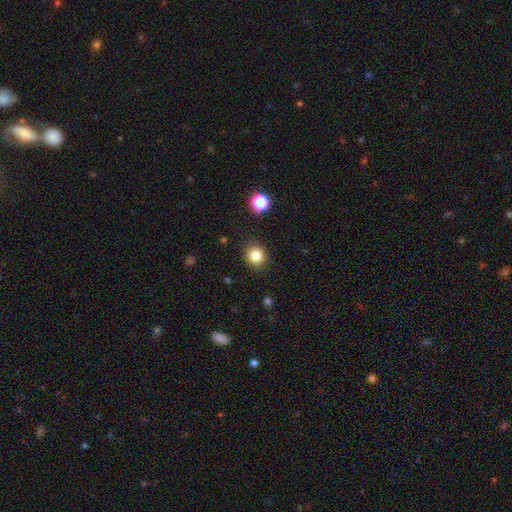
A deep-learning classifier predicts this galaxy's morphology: smooth-or-featured: smooth: 83% | star or artifact: 12% | featured or disk: 5%
  how-rounded: round: 84% | in between: 15% | cigar-shaped: 1%
  merging: none: 89% | minor disturbance: 7% | major disturbance: 2% | merger: 1%